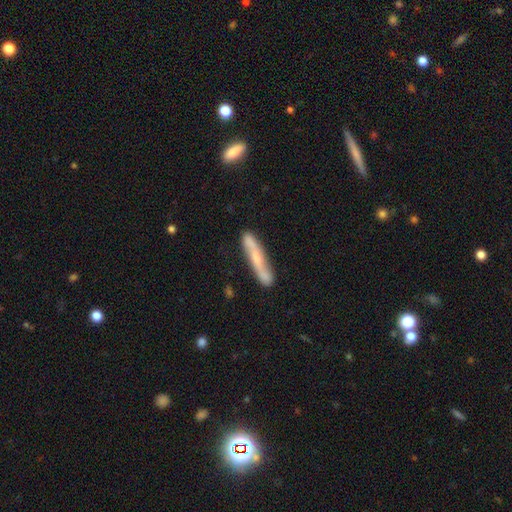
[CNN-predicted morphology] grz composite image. It shows a featured or disk galaxy (54%) viewed edge-on (56%). Merging: none (79%).